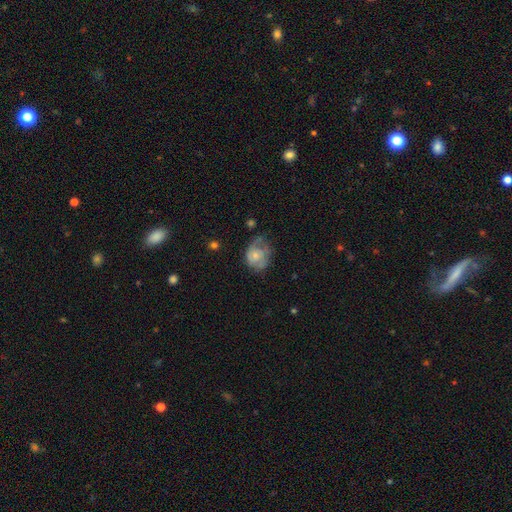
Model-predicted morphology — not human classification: This is possibly a smooth galaxy (46%, tied with featured or disk). Merging: marginally none (37%).